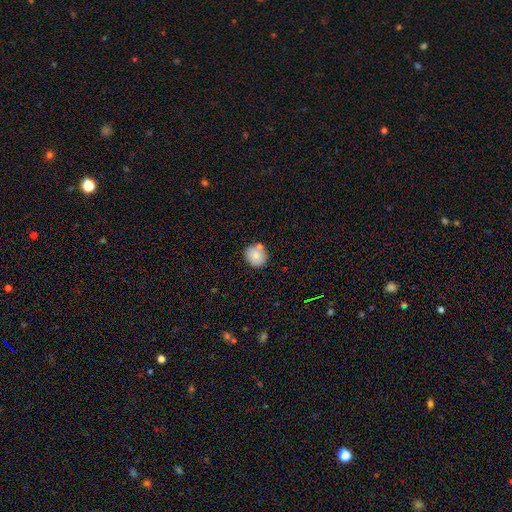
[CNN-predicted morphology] This is likely a smooth galaxy (78%). How rounded: likely round (78%). Merging: likely none (72%).